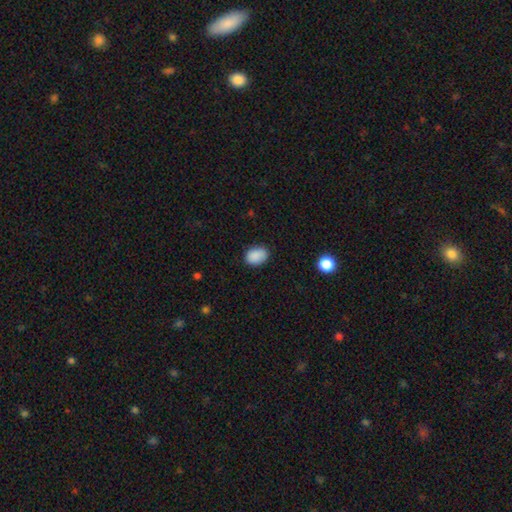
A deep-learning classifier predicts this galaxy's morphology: Smooth or featured: smooth — 89% (star or artifact — 8%)
How rounded: in between — 75% (round — 24%)
Merging: none — 81% (minor disturbance — 15%)